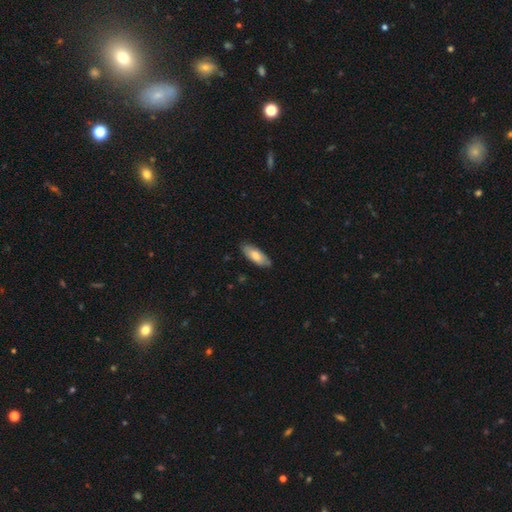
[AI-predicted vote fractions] This is likely a smooth galaxy (75%). How rounded: likely in between (77%). Merging: clearly none (83%).